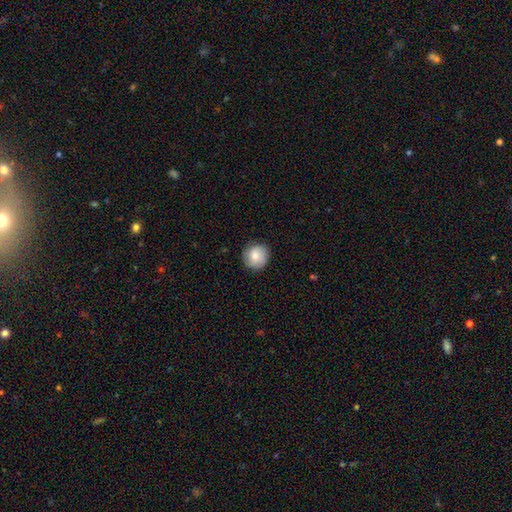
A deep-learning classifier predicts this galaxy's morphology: smooth_or_featured: smooth (p=0.78) [alt: featured or disk p=0.14]
how_rounded: round (p=0.93) [alt: in between p=0.06]
merging: none (p=0.85) [alt: minor disturbance p=0.12]